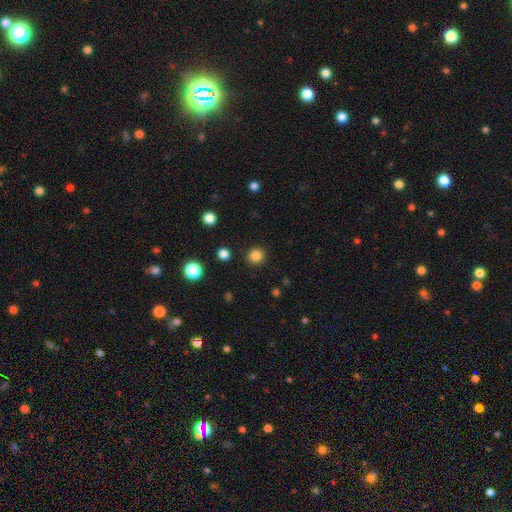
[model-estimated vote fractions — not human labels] Smooth or featured? Predicted: smooth (p=0.84). How rounded? Predicted: round (p=0.93). Merging? Predicted: none (p=0.91).